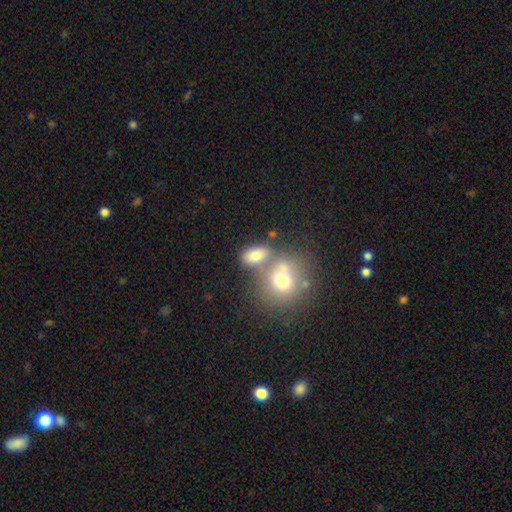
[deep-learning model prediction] A smooth galaxy with no disk features (74%) that is in between round and cigar-shaped (75%).

Vote fractions:
- Smooth or featured? smooth: 74% / featured or disk: 13% / star or artifact: 12%
- How rounded? in between: 75% / round: 23% / cigar-shaped: 3%
- Merging? none: 48% / merger: 34% / minor disturbance: 12% / major disturbance: 6%